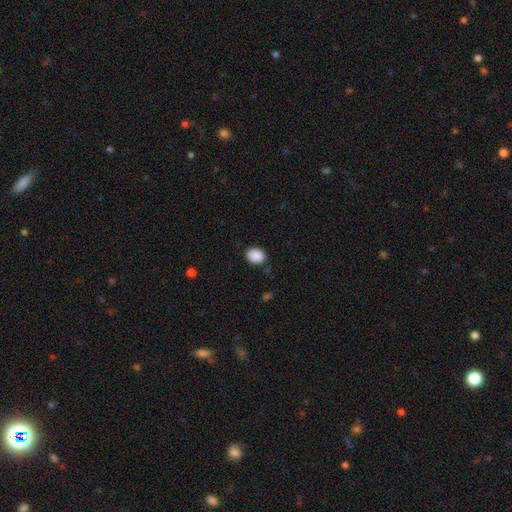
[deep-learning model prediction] Q: Smooth or featured?
A: smooth (89%); runner-up: star or artifact (8%)
Q: How rounded?
A: in between (59%); runner-up: round (40%)
Q: Merging?
A: none (83%); runner-up: minor disturbance (13%)